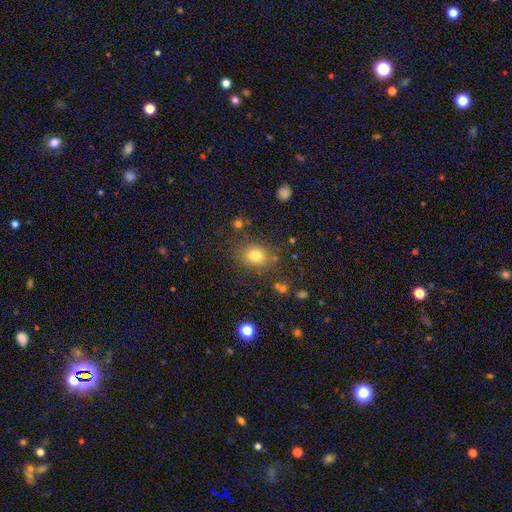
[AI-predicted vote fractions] The model was most divided on "how rounded": in between: 51%, round: 48%, cigar-shaped: 1%. More confident: smooth or featured — smooth (77%); merging — none (76%).